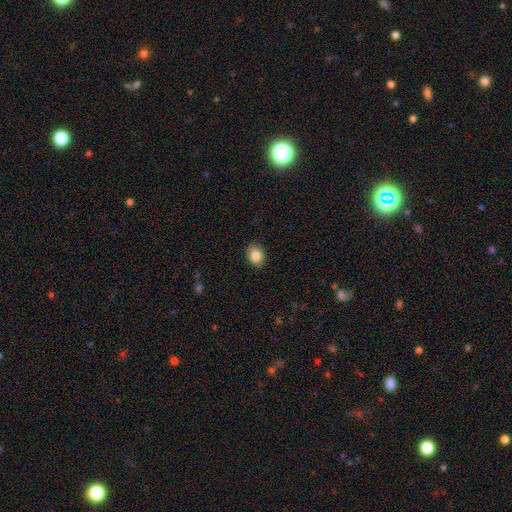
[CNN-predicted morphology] Smooth or featured: smooth — 84% (star or artifact — 8%)
How rounded: in between — 62% (round — 37%)
Merging: none — 89% (minor disturbance — 8%)